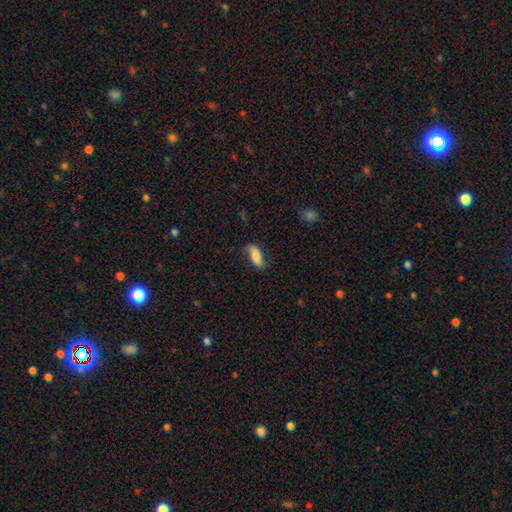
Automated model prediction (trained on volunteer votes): Morphology: type=smooth (68%); roundness=in between (82%); merging=none (75%).